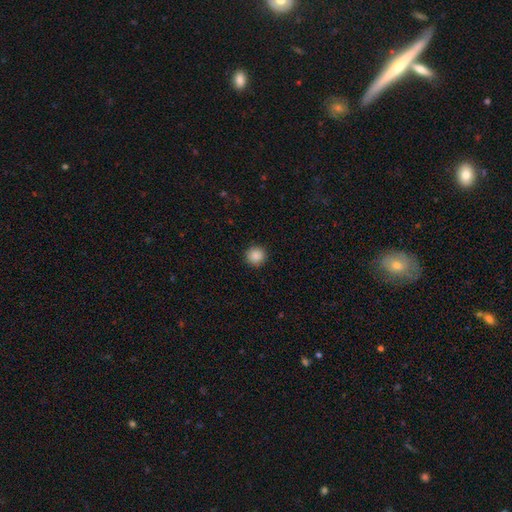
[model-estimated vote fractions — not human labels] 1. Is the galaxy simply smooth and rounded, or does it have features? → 88% smooth, 9% star or artifact, 3% featured or disk.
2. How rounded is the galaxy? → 95% round, 4% in between, 1% cigar-shaped.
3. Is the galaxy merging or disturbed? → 93% none, 5% minor disturbance, 2% major disturbance, 1% merger.